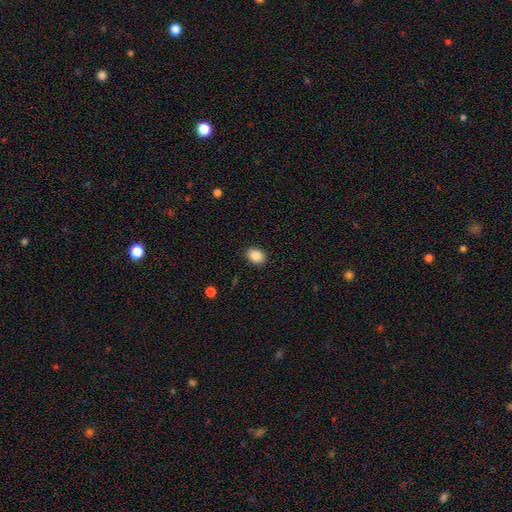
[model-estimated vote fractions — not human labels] A smooth galaxy with no disk features (88%) that is in between round and cigar-shaped (73%).

Vote fractions:
- Smooth or featured? smooth: 88% / star or artifact: 8% / featured or disk: 4%
- How rounded? in between: 73% / round: 26% / cigar-shaped: 1%
- Merging? none: 90% / minor disturbance: 7% / major disturbance: 2% / merger: 1%